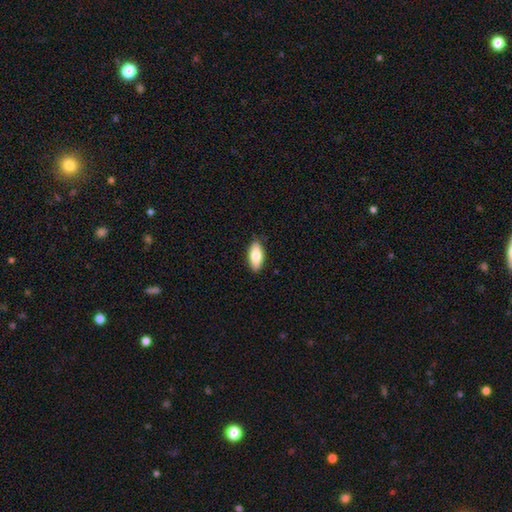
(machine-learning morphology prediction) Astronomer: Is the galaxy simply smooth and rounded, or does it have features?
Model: smooth — 78%.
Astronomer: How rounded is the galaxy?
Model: in between — 84%.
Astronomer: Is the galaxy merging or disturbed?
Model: none — 87%.